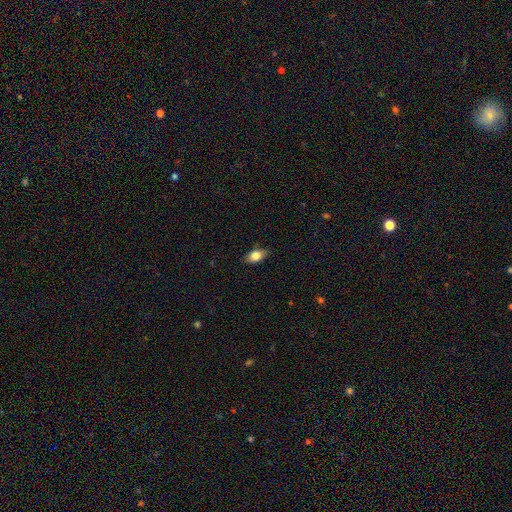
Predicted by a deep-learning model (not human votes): smooth_or_featured: smooth (p=0.78) [alt: featured or disk p=0.14]
how_rounded: in between (p=0.85) [alt: round p=0.09]
merging: none (p=0.82) [alt: minor disturbance p=0.15]